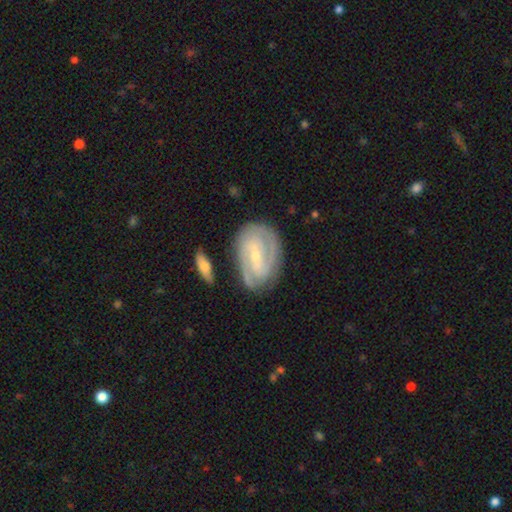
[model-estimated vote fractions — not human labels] Smooth or featured? featured or disk (86%)
Edge-on disk? no (96%)
Bar? weak (45%)
Spiral arms? yes (96%)
Spiral winding? tight (56%)
Spiral arm count? 2 (64%)
Bulge size? small (71%)
Merging? none (77%)